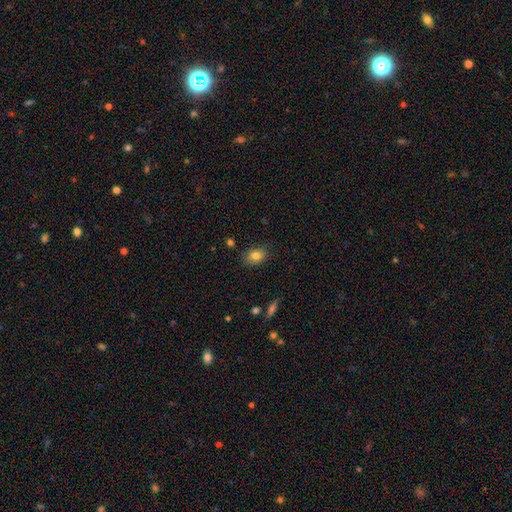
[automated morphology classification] smooth 80%, featured or disk 10%, star or artifact 9%. Down the decision tree: how rounded — in between (74%); merging — none (83%).